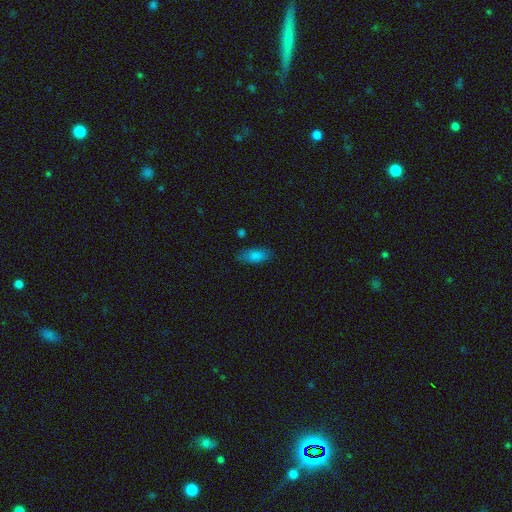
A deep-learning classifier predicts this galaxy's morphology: smooth_or_featured: smooth (p=0.84) [alt: star or artifact p=0.08]
how_rounded: in between (p=0.82) [alt: cigar-shaped p=0.15]
merging: none (p=0.79) [alt: minor disturbance p=0.16]